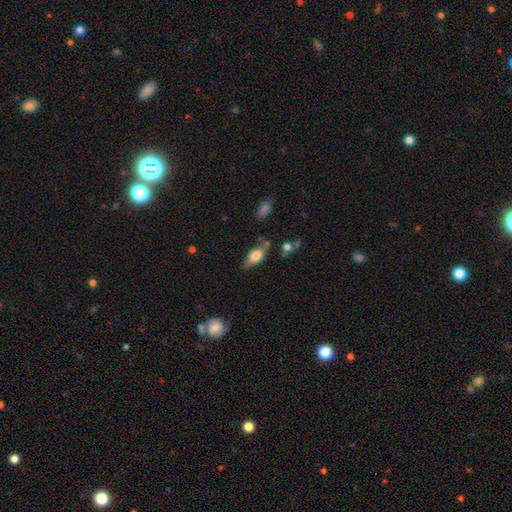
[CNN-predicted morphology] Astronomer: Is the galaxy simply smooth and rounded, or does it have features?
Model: smooth — 70%.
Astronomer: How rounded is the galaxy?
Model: in between — 84%.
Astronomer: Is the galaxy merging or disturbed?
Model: none — 67%.